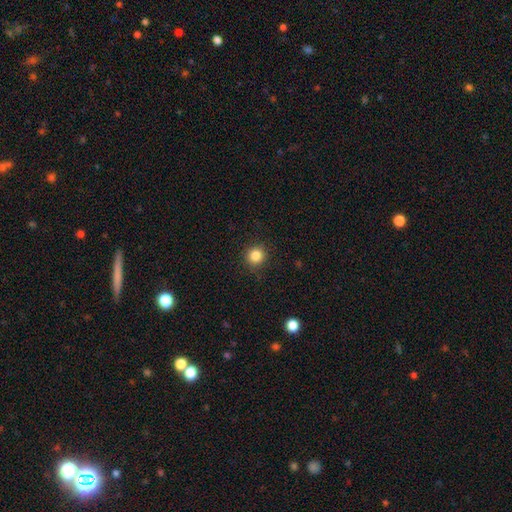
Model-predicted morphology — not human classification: type=smooth (85%); roundness=round (93%); merging=none (91%).